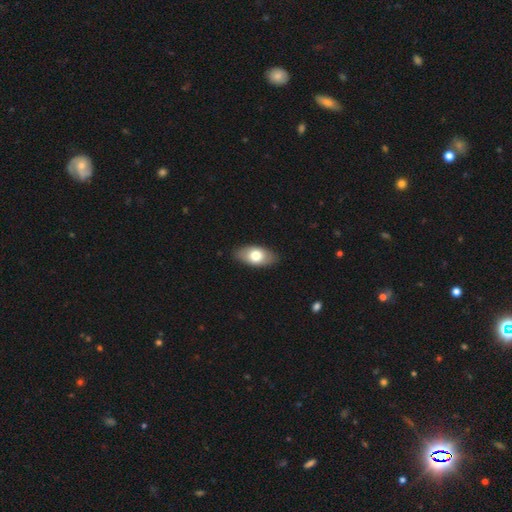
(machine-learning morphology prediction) smooth-or-featured: smooth: 70% | featured or disk: 24% | star or artifact: 6%
  how-rounded: in between: 92% | round: 4% | cigar-shaped: 4%
  merging: none: 86% | minor disturbance: 11% | major disturbance: 2% | merger: 1%